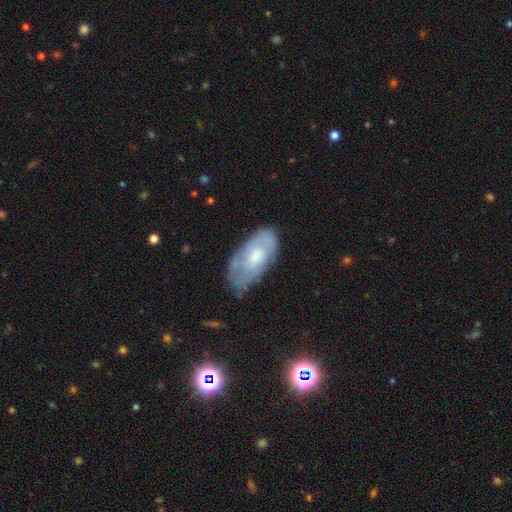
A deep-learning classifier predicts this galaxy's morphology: This is possibly a featured or disk galaxy (54%). It is clearly not viewed edge-on (91%). Merging: likely none (62%).